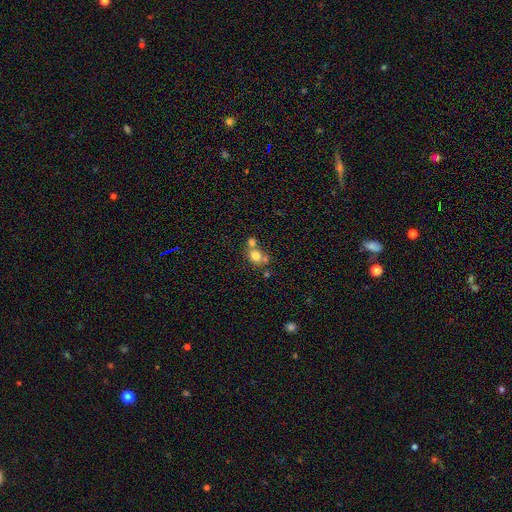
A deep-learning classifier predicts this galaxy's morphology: Smooth or featured? smooth (75%)
How rounded? round (76%)
Merging? merger (44%, tied with none)